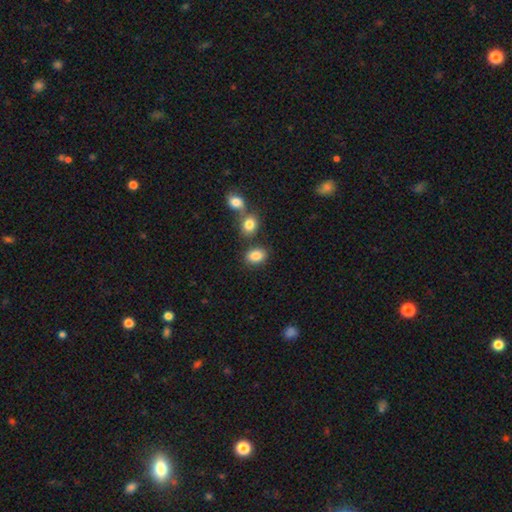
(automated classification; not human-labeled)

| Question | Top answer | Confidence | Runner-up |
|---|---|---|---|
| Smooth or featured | smooth | 85% | star or artifact (9%) |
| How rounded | in between | 72% | round (27%) |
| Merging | none | 70% | merger (15%) |